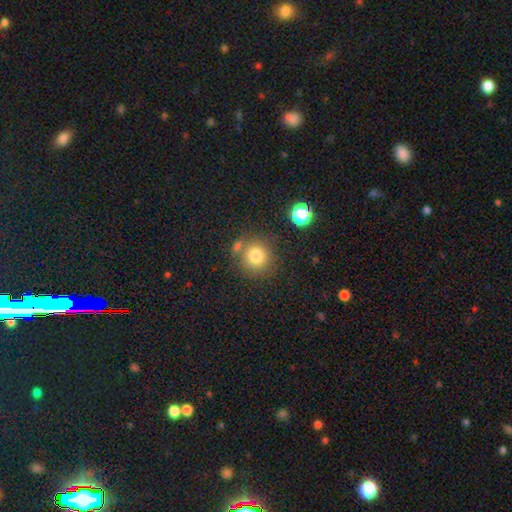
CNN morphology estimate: Smooth or featured: smooth — 80% (star or artifact — 12%)
How rounded: round — 91% (in between — 8%)
Merging: none — 72% (merger — 14%)